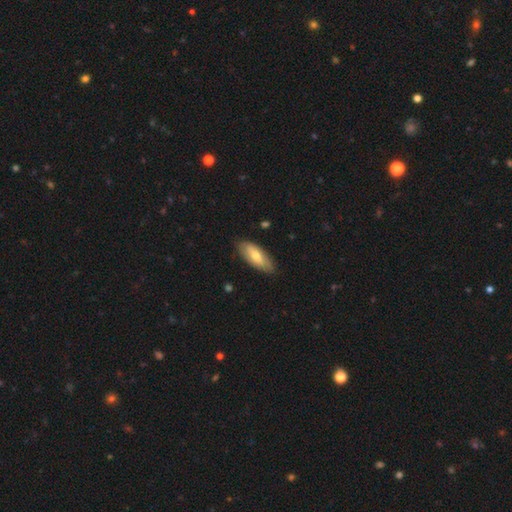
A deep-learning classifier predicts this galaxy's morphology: Smooth or featured? Predicted: smooth (p=0.68). How rounded? Predicted: in between (p=0.77). Merging? Predicted: none (p=0.83).